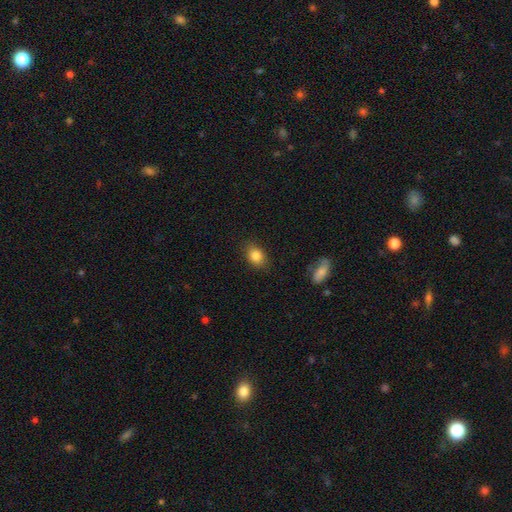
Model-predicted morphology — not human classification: This is clearly a smooth galaxy (84%). How rounded: likely in between (73%). Merging: clearly none (84%).